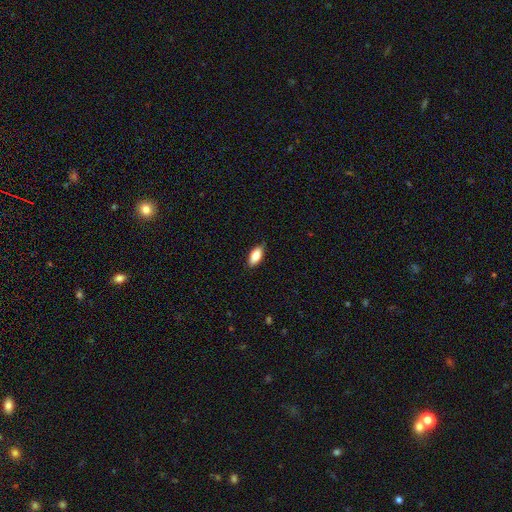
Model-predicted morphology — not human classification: The model was most divided on "merging": none: 87%, minor disturbance: 10%, major disturbance: 2%, merger: 1%. More confident: how rounded — in between (90%); smooth or featured — smooth (85%).